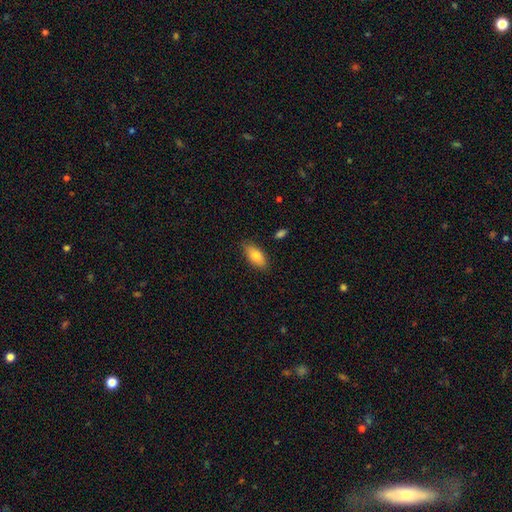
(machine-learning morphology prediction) Q: Smooth or featured?
A: smooth (80%); runner-up: featured or disk (13%)
Q: How rounded?
A: in between (87%); runner-up: cigar-shaped (10%)
Q: Merging?
A: none (82%); runner-up: minor disturbance (13%)